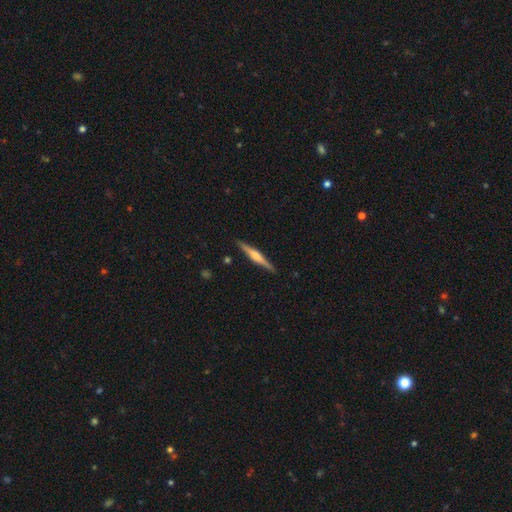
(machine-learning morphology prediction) Smooth or featured? Predicted: featured or disk (p=0.72). Edge-on disk? Predicted: yes (p=0.98). Edge-on bulge? Predicted: rounded (p=0.78). Merging? Predicted: none (p=0.91).